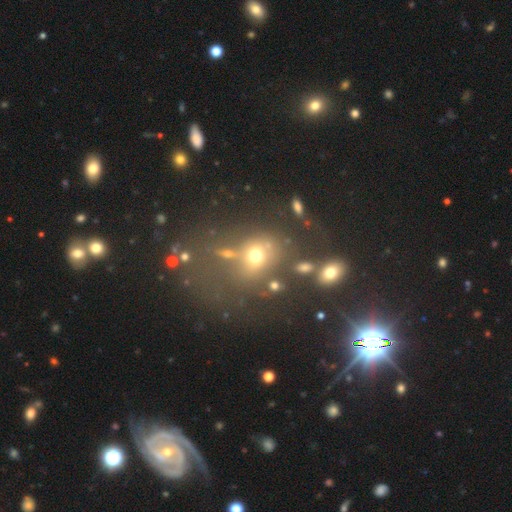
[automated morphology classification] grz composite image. It shows a smooth galaxy with no disk features (64%) that is round (65%). Merging: none (57%).